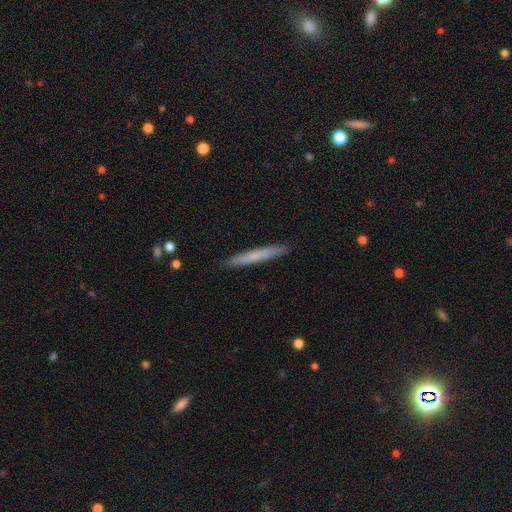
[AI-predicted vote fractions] smooth 66%, featured or disk 29%, star or artifact 5%. Down the decision tree: how rounded — cigar-shaped (97%); merging — none (91%).